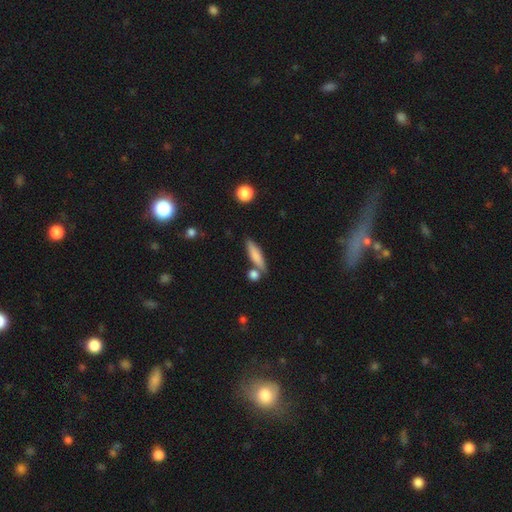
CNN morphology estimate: A smooth galaxy with no disk features (76%) that is cigar-shaped (75%).

Vote fractions:
- Smooth or featured? smooth: 76% / featured or disk: 17% / star or artifact: 7%
- How rounded? cigar-shaped: 75% / in between: 22% / round: 3%
- Merging? none: 70% / merger: 14% / minor disturbance: 13% / major disturbance: 3%